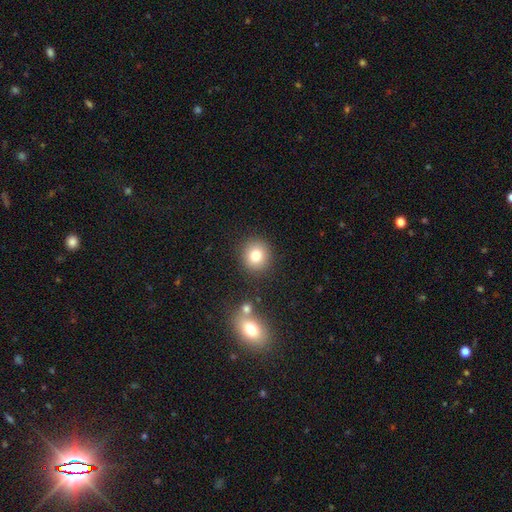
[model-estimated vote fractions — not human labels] Smooth or featured? smooth (79%)
How rounded? round (89%)
Merging? none (86%)